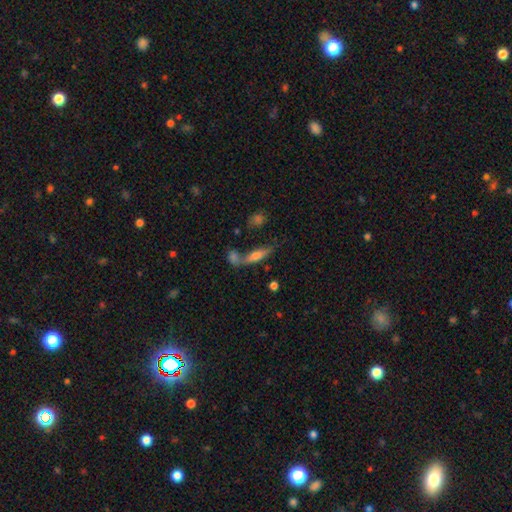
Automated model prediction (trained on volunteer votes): The model was most divided on "smooth or featured": smooth: 51%, featured or disk: 38%, star or artifact: 11%. Remaining: how rounded — cigar-shaped (68%); merging — none (49%).